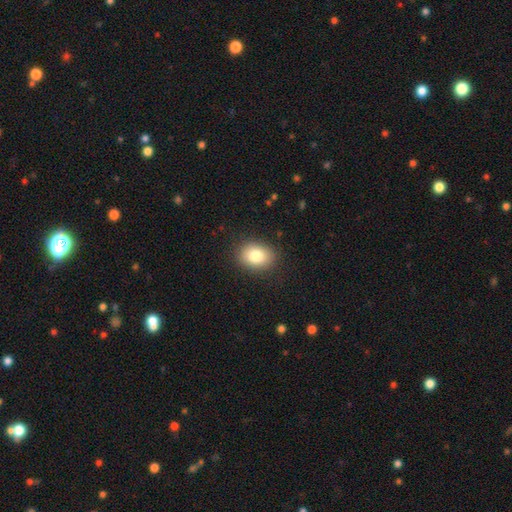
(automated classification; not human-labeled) This appears to be a smooth galaxy with no disk features (82%) that is in between round and cigar-shaped (64%). Merging: none (87%).